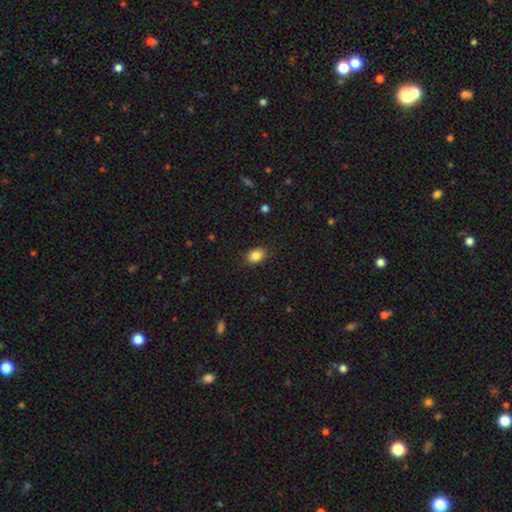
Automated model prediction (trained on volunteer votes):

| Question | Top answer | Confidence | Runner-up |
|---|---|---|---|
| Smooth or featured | smooth | 87% | star or artifact (9%) |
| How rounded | in between | 75% | round (24%) |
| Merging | none | 87% | minor disturbance (10%) |